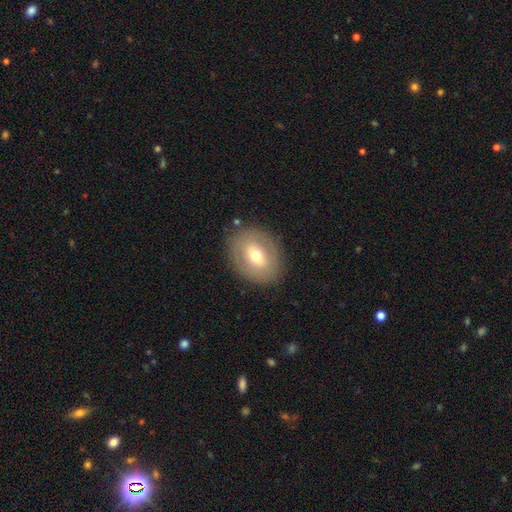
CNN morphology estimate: Smooth or featured? smooth (56%)
How rounded? in between (62%)
Merging? none (83%)